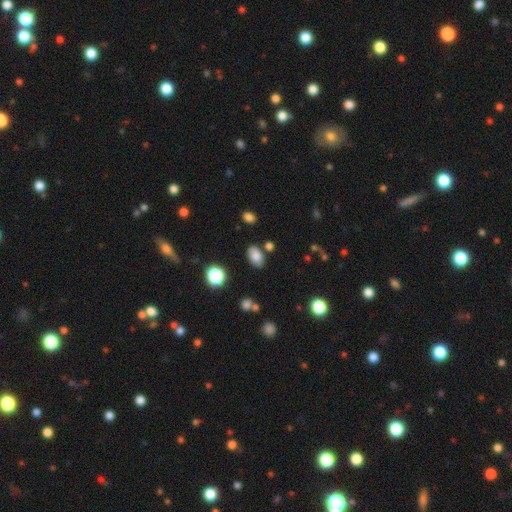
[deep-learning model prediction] The model was most divided on "merging": none: 79%, minor disturbance: 13%, merger: 5%, major disturbance: 3%. More confident: how rounded — in between (89%); smooth or featured — smooth (81%).